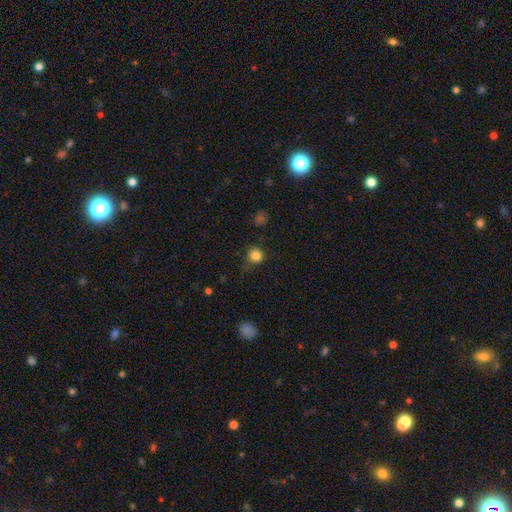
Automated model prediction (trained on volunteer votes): This is clearly a smooth galaxy (82%). How rounded: clearly round (92%). Merging: likely none (75%).